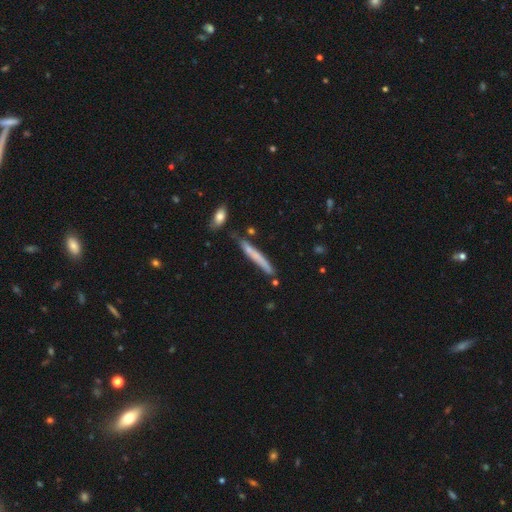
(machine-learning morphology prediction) smooth 60%, featured or disk 33%, star or artifact 7%. Down the decision tree: how rounded — cigar-shaped (96%); merging — none (77%).